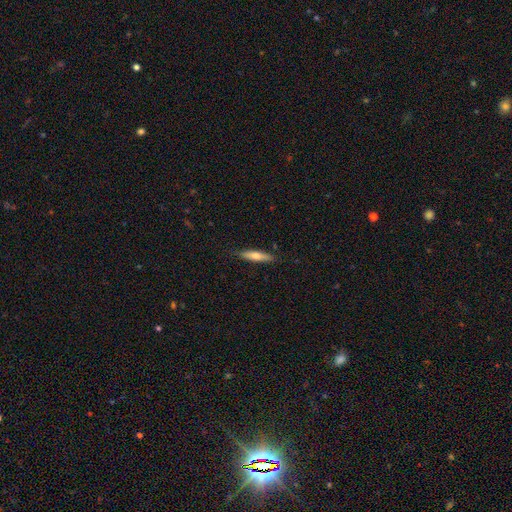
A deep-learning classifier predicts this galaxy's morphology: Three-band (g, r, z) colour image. It shows a smooth galaxy with no disk features (60%) that is cigar-shaped (83%). Merging: none (87%).